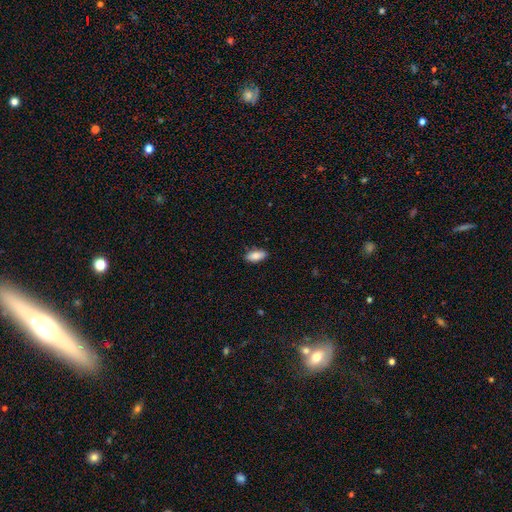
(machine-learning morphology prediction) This is clearly a smooth galaxy (85%). How rounded: clearly in between (89%). Merging: clearly none (86%).